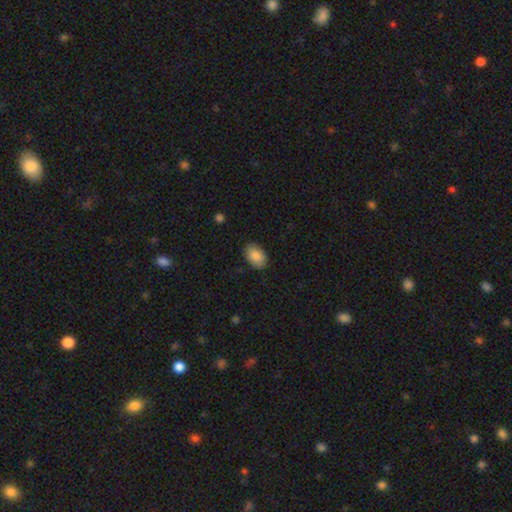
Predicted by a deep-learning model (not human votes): smooth_or_featured: smooth (p=0.87) [alt: star or artifact p=0.07]
how_rounded: in between (p=0.88) [alt: round p=0.11]
merging: none (p=0.85) [alt: minor disturbance p=0.11]